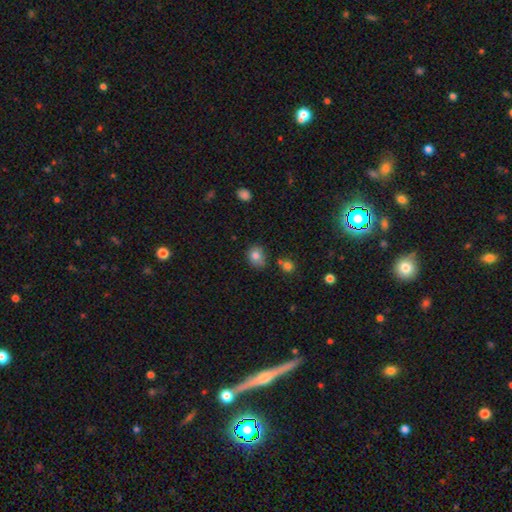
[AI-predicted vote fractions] smooth-or-featured: smooth: 81% | star or artifact: 11% | featured or disk: 8%
  how-rounded: round: 61% | in between: 38% | cigar-shaped: 1%
  merging: none: 69% | minor disturbance: 21% | merger: 6% | major disturbance: 4%